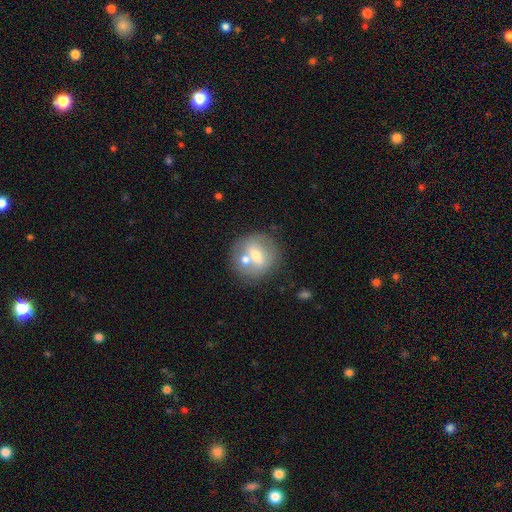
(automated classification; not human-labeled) smooth_or_featured: smooth (p=0.50) [alt: featured or disk p=0.41]
how_rounded: round (p=0.87) [alt: in between p=0.12]
merging: none (p=0.60) [alt: merger p=0.25]